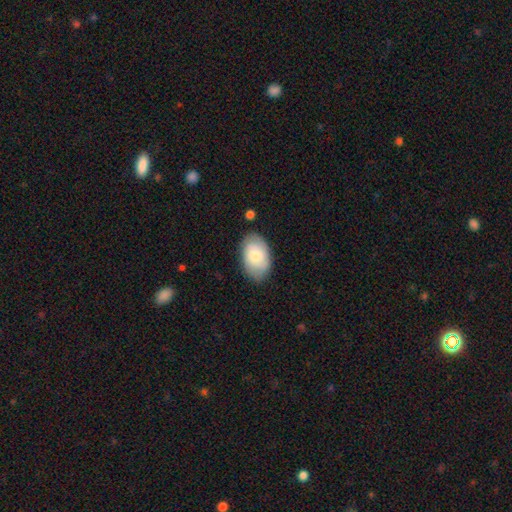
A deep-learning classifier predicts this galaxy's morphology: Q: Smooth or featured?
A: smooth (68%); runner-up: featured or disk (26%)
Q: How rounded?
A: in between (92%); runner-up: round (7%)
Q: Merging?
A: none (78%); runner-up: minor disturbance (16%)